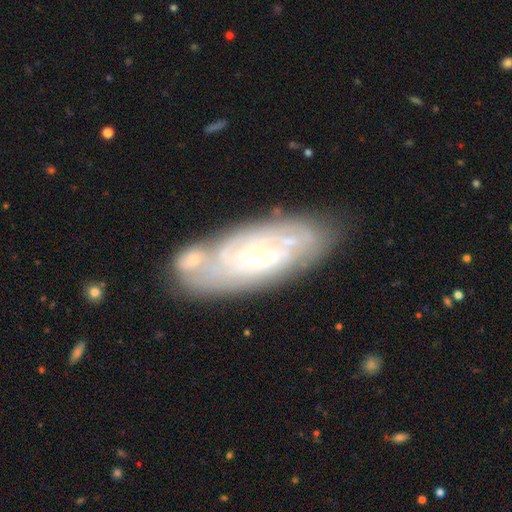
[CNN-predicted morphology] This appears to be a featured or disk galaxy (79%) with no bar (74%), tight (75%) spiral arms (90%) and a small central bulge (81%). Merging: none (63%).